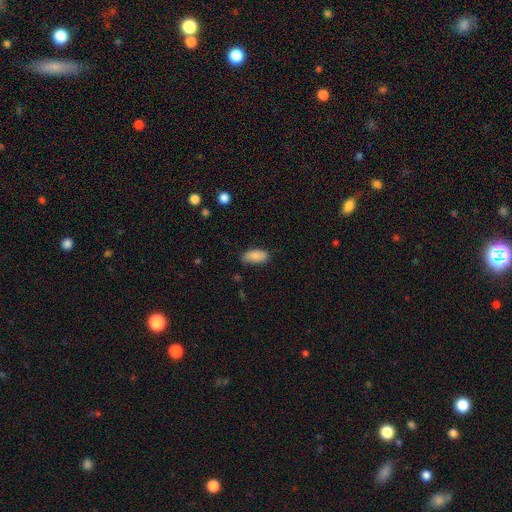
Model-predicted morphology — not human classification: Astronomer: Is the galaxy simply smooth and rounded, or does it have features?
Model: smooth — 87%.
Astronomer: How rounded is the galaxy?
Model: in between — 91%.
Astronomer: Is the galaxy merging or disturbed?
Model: none — 78%.